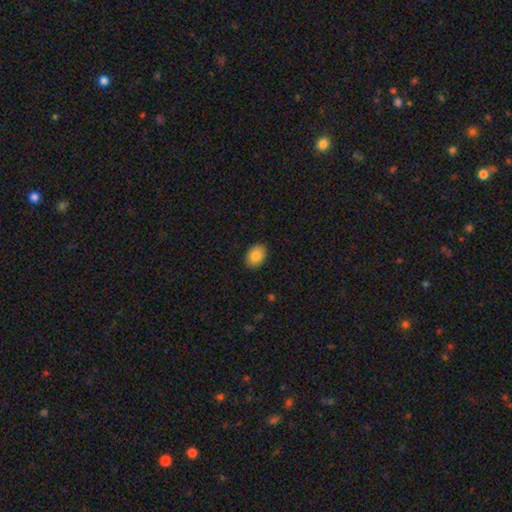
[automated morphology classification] This is clearly a smooth galaxy (86%). How rounded: likely in between (77%). Merging: clearly none (89%).